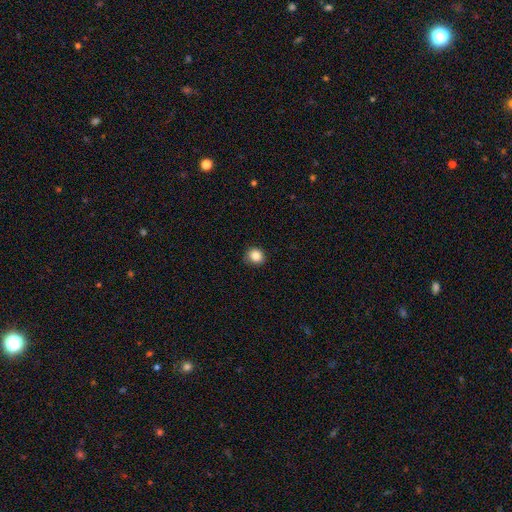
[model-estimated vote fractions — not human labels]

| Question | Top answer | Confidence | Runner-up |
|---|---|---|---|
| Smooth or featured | smooth | 85% | star or artifact (10%) |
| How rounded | round | 84% | in between (15%) |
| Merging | none | 85% | minor disturbance (12%) |